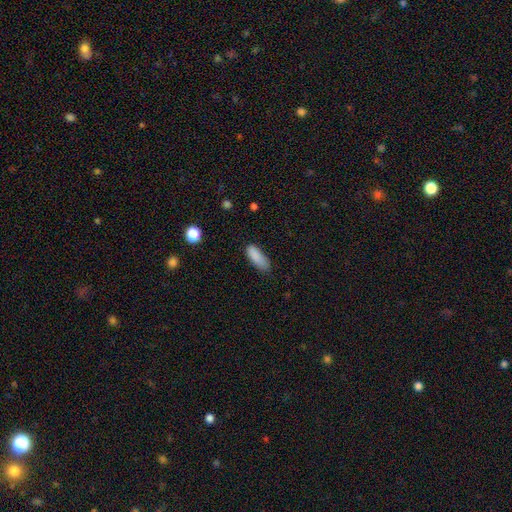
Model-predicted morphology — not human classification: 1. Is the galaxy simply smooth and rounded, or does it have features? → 86% smooth, 8% star or artifact, 5% featured or disk.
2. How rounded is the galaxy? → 72% in between, 26% cigar-shaped, 2% round.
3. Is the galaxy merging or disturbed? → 66% none, 26% minor disturbance, 6% major disturbance, 2% merger.